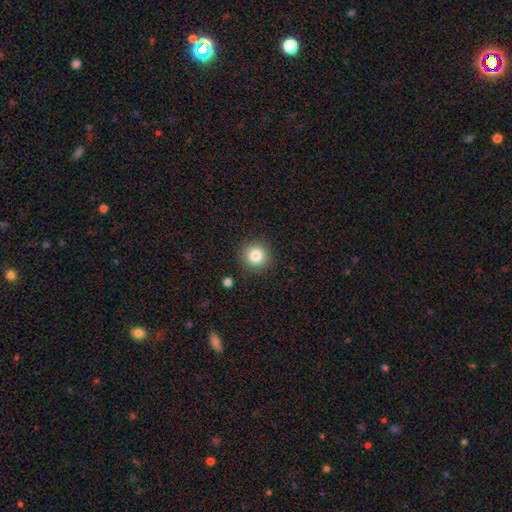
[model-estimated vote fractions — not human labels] Smooth or featured? smooth (83%)
How rounded? round (93%)
Merging? none (89%)